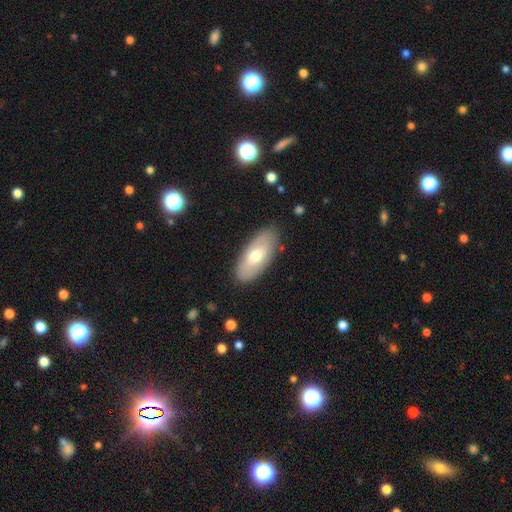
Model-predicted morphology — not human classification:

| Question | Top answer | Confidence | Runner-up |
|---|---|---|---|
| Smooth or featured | smooth | 59% | featured or disk (34%) |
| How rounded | in between | 87% | cigar-shaped (10%) |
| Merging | none | 86% | minor disturbance (10%) |